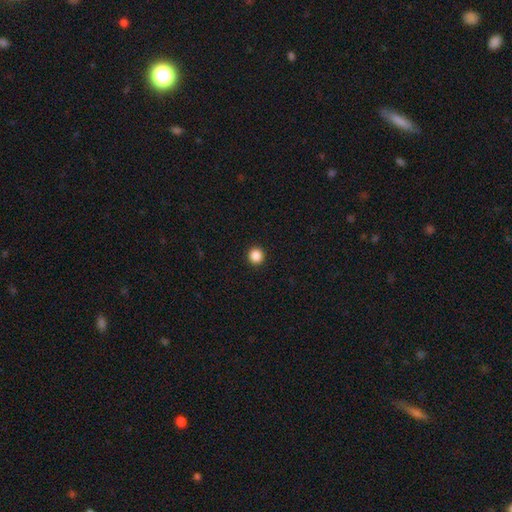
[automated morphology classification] Smooth or featured: smooth — 87% (star or artifact — 10%)
How rounded: round — 95% (in between — 4%)
Merging: none — 94% (minor disturbance — 4%)